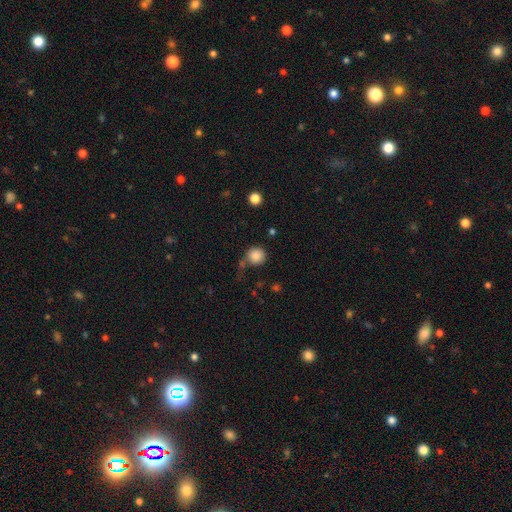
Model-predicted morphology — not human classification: A smooth galaxy with no disk features (86%) that is round (93%). Merging: none (66%).